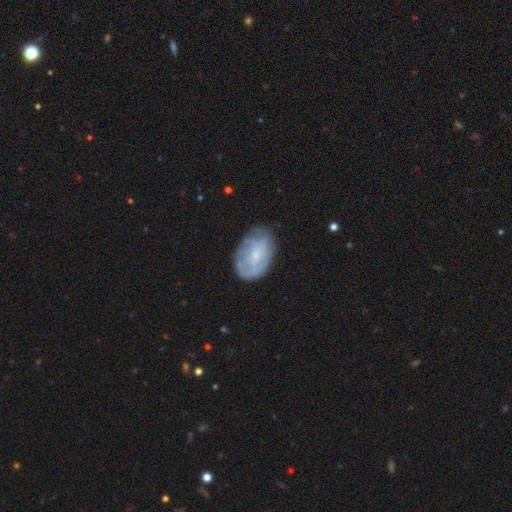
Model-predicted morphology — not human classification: Smooth or featured? smooth (47%)
Merging? none (68%)